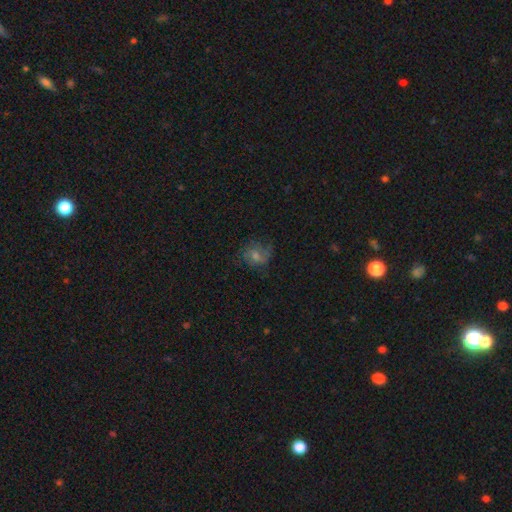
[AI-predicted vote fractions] The model was most divided on "smooth or featured": featured or disk: 50%, smooth: 32%, star or artifact: 18%. More confident: edge-on disk — no (96%); merging — none (66%).